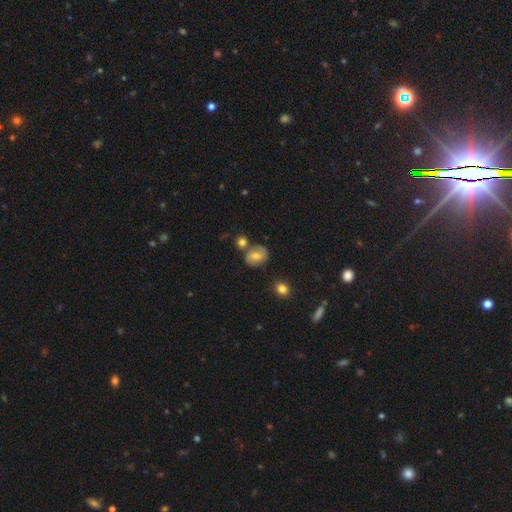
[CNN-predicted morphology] This appears to be a smooth galaxy with no disk features (52%) that is round (53%). Merging: none (64%).